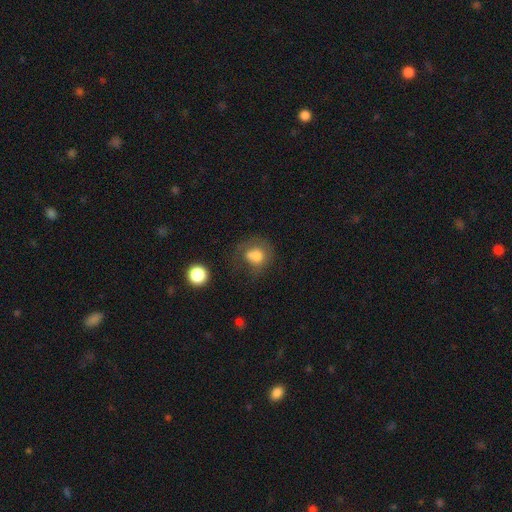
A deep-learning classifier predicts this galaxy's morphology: smooth-or-featured: smooth: 69% | featured or disk: 20% | star or artifact: 11%
  how-rounded: round: 73% | in between: 26% | cigar-shaped: 1%
  merging: none: 38% | major disturbance: 25% | minor disturbance: 22% | merger: 15%